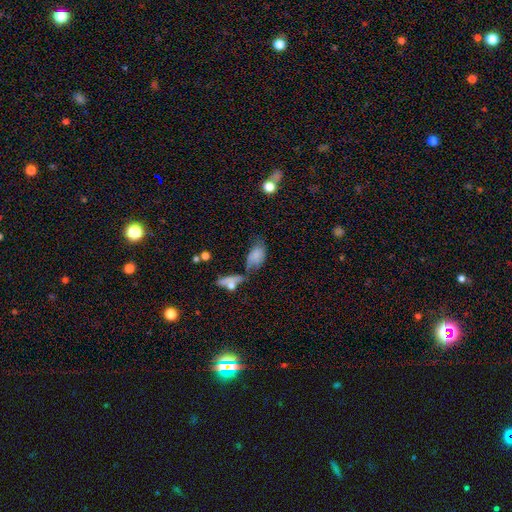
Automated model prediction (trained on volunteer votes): Overall: smooth (72%). How rounded: in between (90%). Merging: none (34%; minor disturbance 26%).